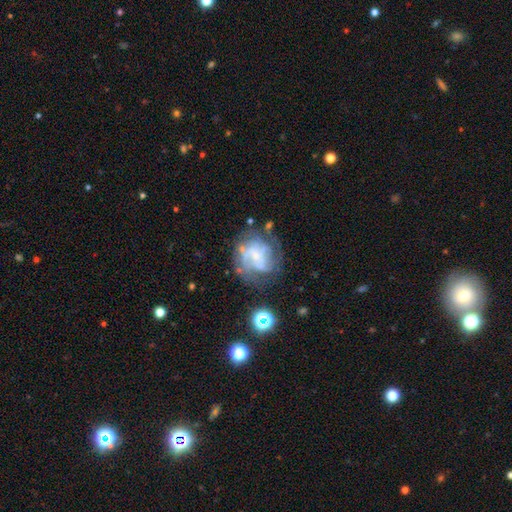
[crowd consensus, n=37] Morphology: type=featured or disk (84%); edge-on=no (100%); bar=no (81%); spiral arms=yes (97%); winding=medium (43%); arm count=3 (50%); bulge=small (52%); merging=none (79%).